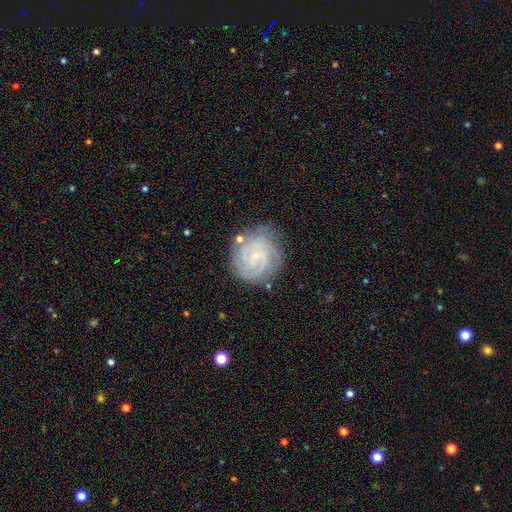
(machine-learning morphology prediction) Smooth or featured?
  - featured or disk: 81% *
  - smooth: 12%
  - star or artifact: 7%
Edge-on disk?
  - no: 98% *
  - yes: 2%
Bar?
  - no: 70% *
  - weak: 26%
  - strong: 5%
Spiral arms?
  - yes: 96% *
  - no: 4%
Spiral winding?
  - tight: 74% *
  - medium: 22%
  - loose: 4%
Spiral arm count?
  - 3: 28% *
  - can't tell: 25%
  - 4: 19%
  - 2: 16%
  - more than 4: 6%
  - 1: 6%
Bulge size?
  - small: 84% *
  - moderate: 10%
  - none: 4%
  - large: 1%
  - dominant: 1%
Merging?
  - none: 74% *
  - minor disturbance: 17%
  - major disturbance: 6%
  - merger: 3%